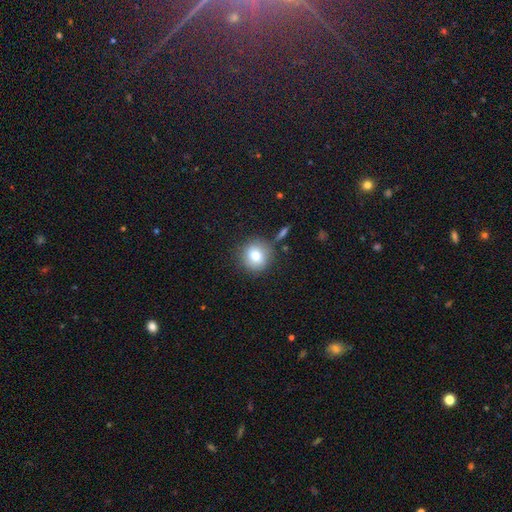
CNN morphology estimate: Smooth or featured? Predicted: smooth (p=0.78). How rounded? Predicted: round (p=0.90). Merging? Predicted: none (p=0.79).